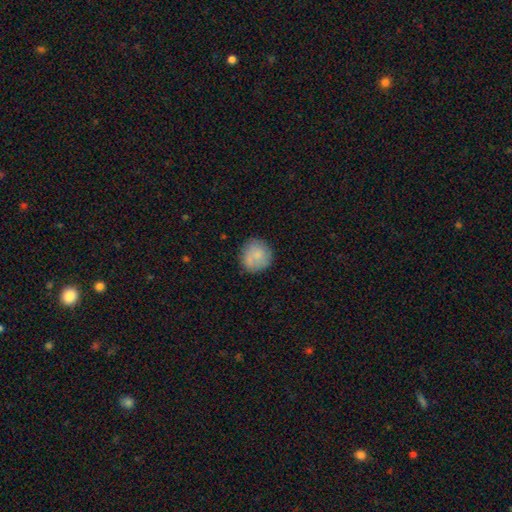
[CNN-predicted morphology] This appears to be a smooth galaxy with no disk features (79%) that is round (89%). Merging: none (74%).